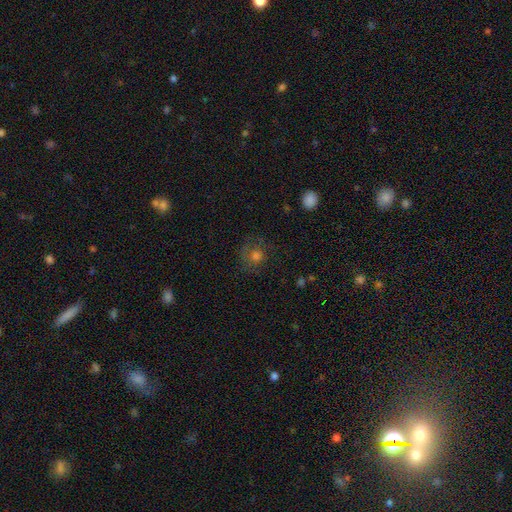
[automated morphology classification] smooth-or-featured: smooth: 62% | featured or disk: 20% | star or artifact: 18%
  how-rounded: round: 85% | in between: 14% | cigar-shaped: 1%
  merging: none: 67% | minor disturbance: 18% | major disturbance: 13% | merger: 2%